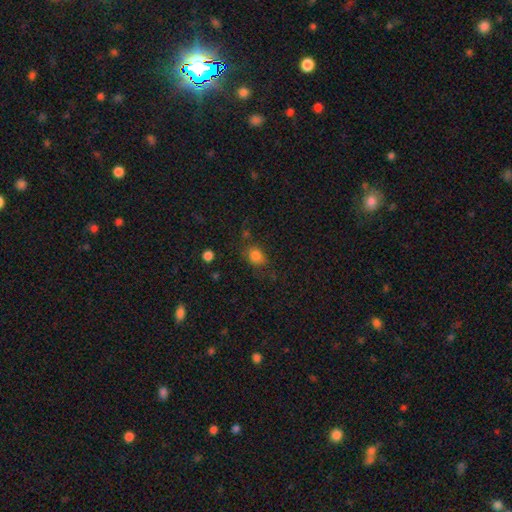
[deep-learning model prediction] A smooth galaxy with no disk features (81%) that is round (52%). Merging: none (68%).